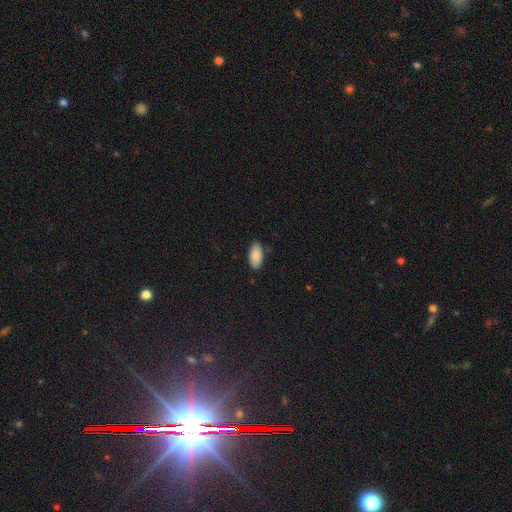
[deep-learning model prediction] Smooth or featured? smooth (88%)
How rounded? in between (93%)
Merging? none (85%)